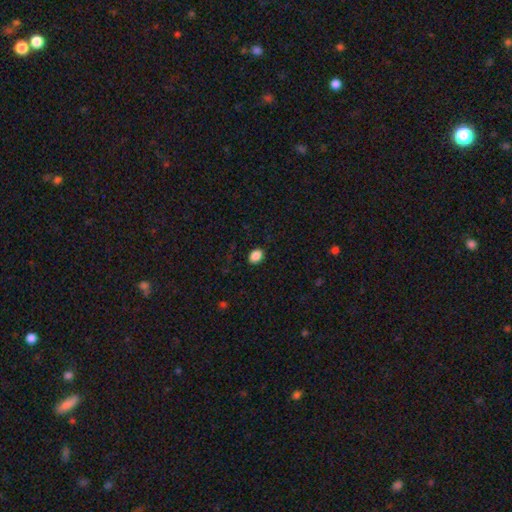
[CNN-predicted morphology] This is clearly a smooth galaxy (88%). How rounded: likely in between (73%). Merging: clearly none (88%).